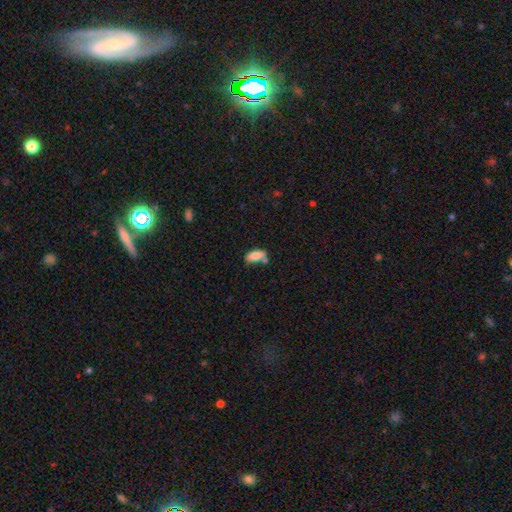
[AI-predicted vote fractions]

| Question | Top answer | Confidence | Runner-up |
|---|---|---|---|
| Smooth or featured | smooth | 81% | featured or disk (11%) |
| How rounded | in between | 83% | cigar-shaped (14%) |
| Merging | none | 53% | minor disturbance (21%) |